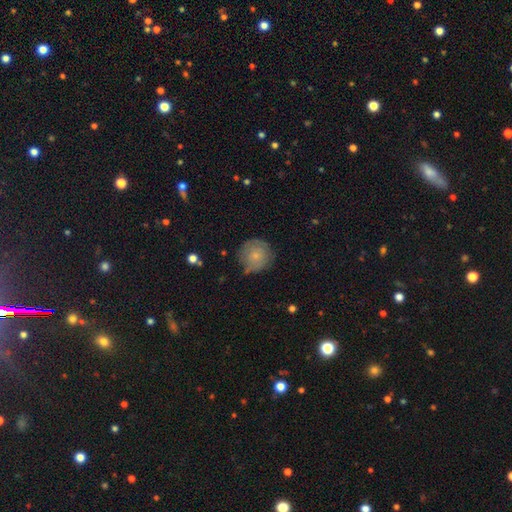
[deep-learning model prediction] Smooth or featured? smooth (66%)
How rounded? round (93%)
Merging? none (70%)